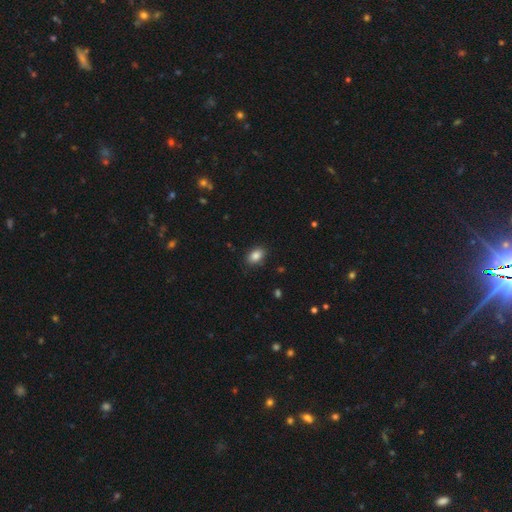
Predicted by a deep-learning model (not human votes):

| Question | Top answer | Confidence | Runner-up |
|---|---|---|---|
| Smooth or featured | smooth | 86% | star or artifact (9%) |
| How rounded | in between | 83% | round (15%) |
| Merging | none | 87% | minor disturbance (10%) |